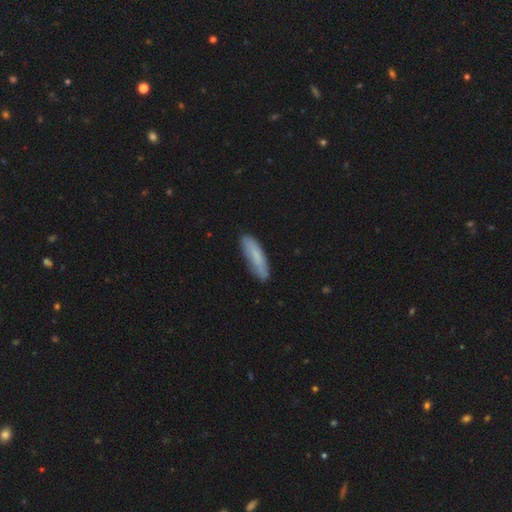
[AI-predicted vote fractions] Smooth or featured?
  - smooth: 77% *
  - featured or disk: 16%
  - star or artifact: 7%
How rounded?
  - cigar-shaped: 67% *
  - in between: 31%
  - round: 1%
Merging?
  - none: 82% *
  - minor disturbance: 14%
  - major disturbance: 3%
  - merger: 1%